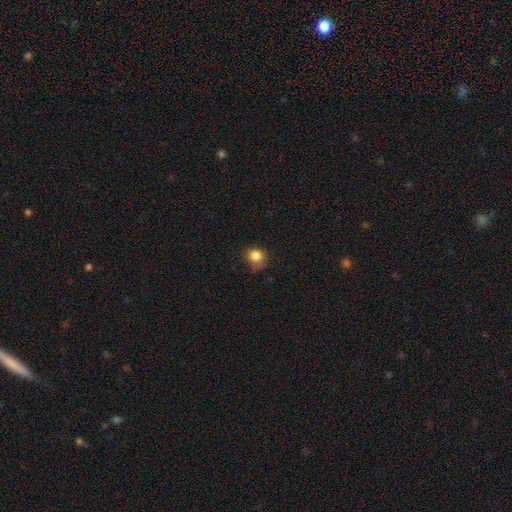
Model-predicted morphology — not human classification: Smooth or featured? Predicted: smooth (p=0.84). How rounded? Predicted: round (p=0.83). Merging? Predicted: none (p=0.59).